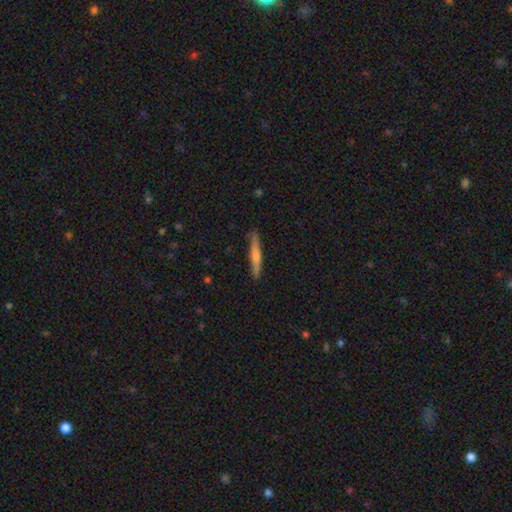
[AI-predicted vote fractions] Morphology: type=smooth (57%); roundness=cigar-shaped (94%); merging=none (87%).